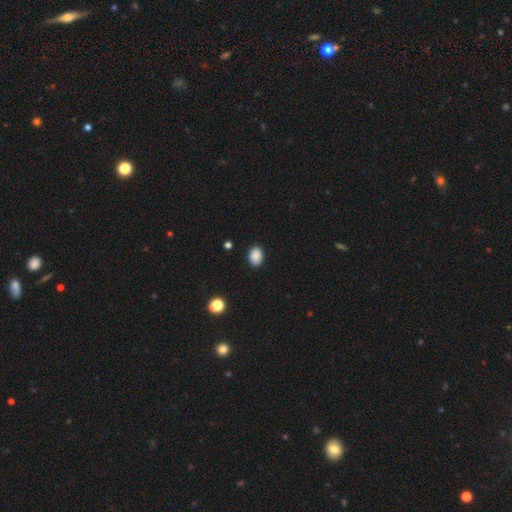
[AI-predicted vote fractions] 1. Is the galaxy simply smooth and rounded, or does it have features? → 88% smooth, 9% star or artifact, 3% featured or disk.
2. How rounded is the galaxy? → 67% in between, 32% round, 1% cigar-shaped.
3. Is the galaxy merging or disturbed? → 88% none, 9% minor disturbance, 2% major disturbance, 1% merger.